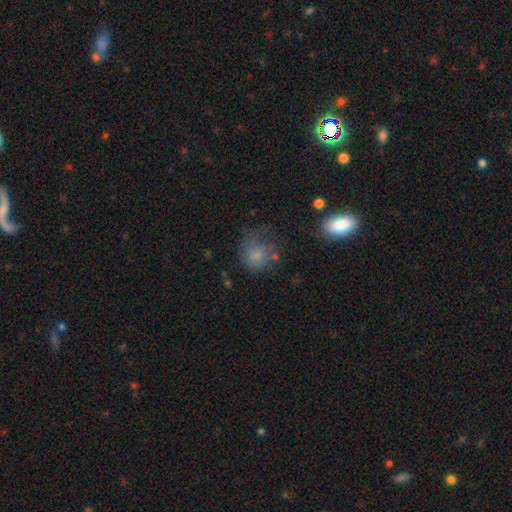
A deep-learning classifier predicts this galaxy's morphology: A smooth galaxy with no disk features (66%) that is round (66%).

Vote fractions:
- Smooth or featured? smooth: 66% / featured or disk: 20% / star or artifact: 15%
- How rounded? round: 66% / in between: 33% / cigar-shaped: 1%
- Merging? none: 42% / major disturbance: 27% / minor disturbance: 26% / merger: 4%